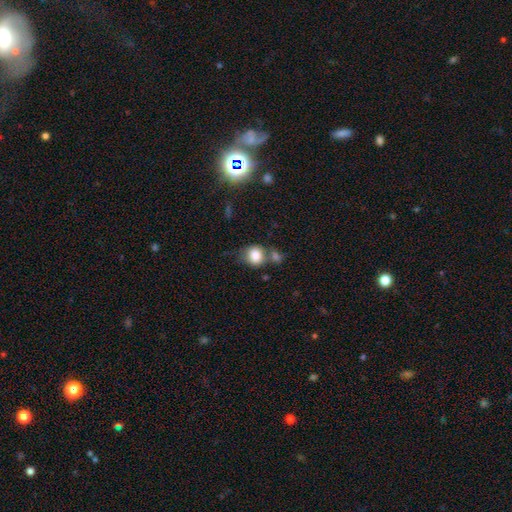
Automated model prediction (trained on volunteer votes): smooth 83%, star or artifact 9%, featured or disk 8%. Down the decision tree: how rounded — round (71%); merging — none (47%).